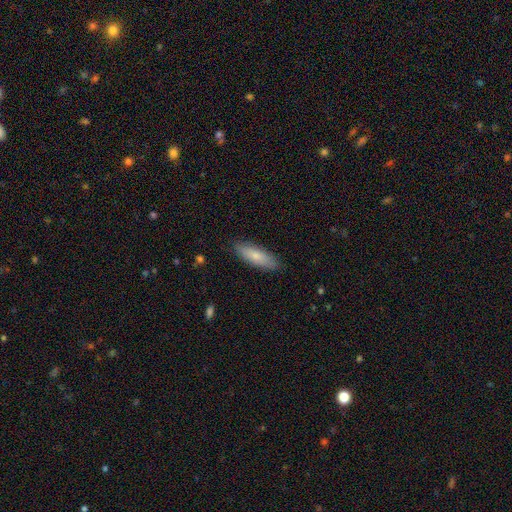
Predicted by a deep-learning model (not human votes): The model was most divided on "how rounded": in between: 52%, cigar-shaped: 47%, round: 2%. More confident: merging — none (87%); smooth or featured — smooth (79%).